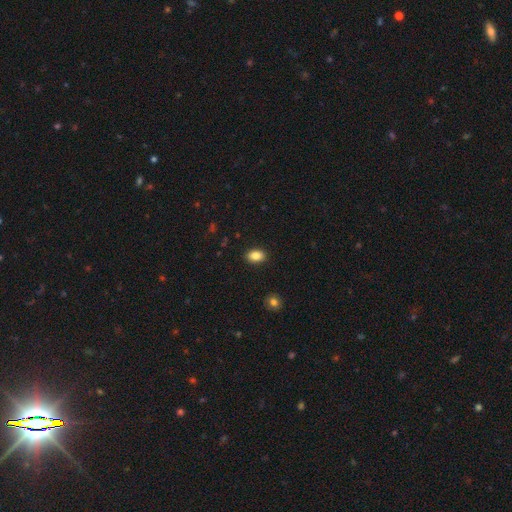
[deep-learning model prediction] Smooth or featured?
  - smooth: 87% *
  - star or artifact: 9%
  - featured or disk: 4%
How rounded?
  - in between: 86% *
  - round: 12%
  - cigar-shaped: 1%
Merging?
  - none: 90% *
  - minor disturbance: 7%
  - major disturbance: 2%
  - merger: 1%